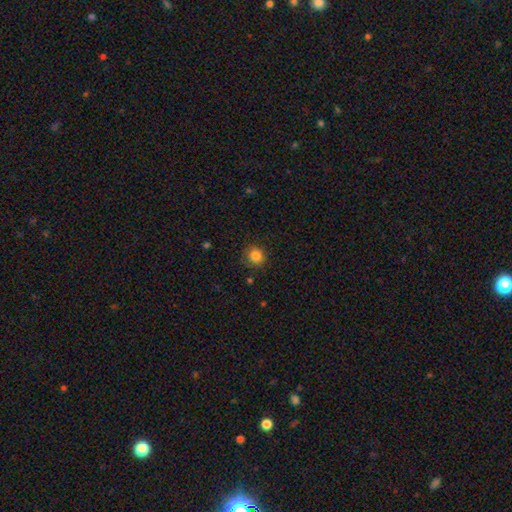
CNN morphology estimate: This is clearly a smooth galaxy (84%). How rounded: clearly round (87%). Merging: clearly none (84%).